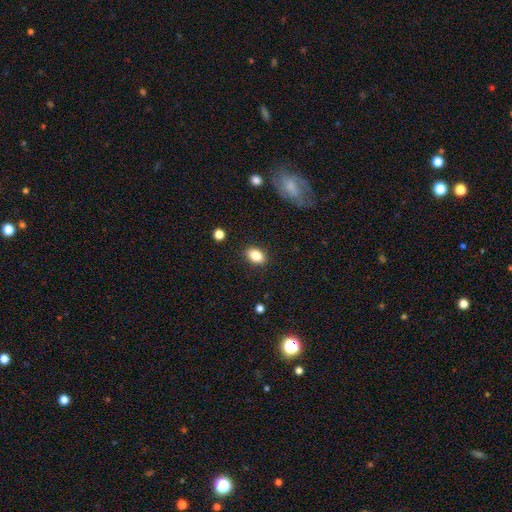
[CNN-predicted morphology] smooth 85%, star or artifact 9%, featured or disk 6%. Down the decision tree: how rounded — in between (83%); merging — none (87%).